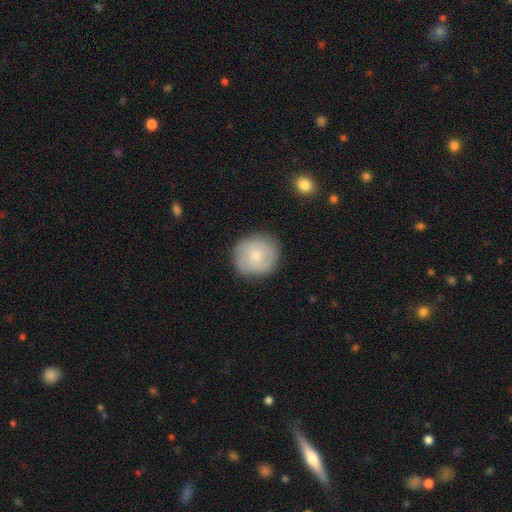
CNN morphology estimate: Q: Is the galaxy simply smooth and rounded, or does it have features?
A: smooth — 63%.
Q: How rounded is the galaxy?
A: round — 90%.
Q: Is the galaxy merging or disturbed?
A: none — 82%.